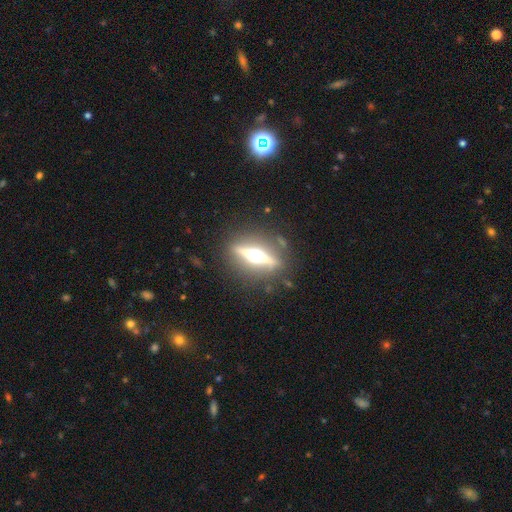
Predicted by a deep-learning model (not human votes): smooth-or-featured: featured or disk: 79% | smooth: 14% | star or artifact: 7%
  disk-edge-on: yes: 92% | no: 8%
    edge-on-bulge: rounded: 94% | boxy: 4% | none: 2%
  merging: none: 83% | minor disturbance: 9% | major disturbance: 5% | merger: 2%